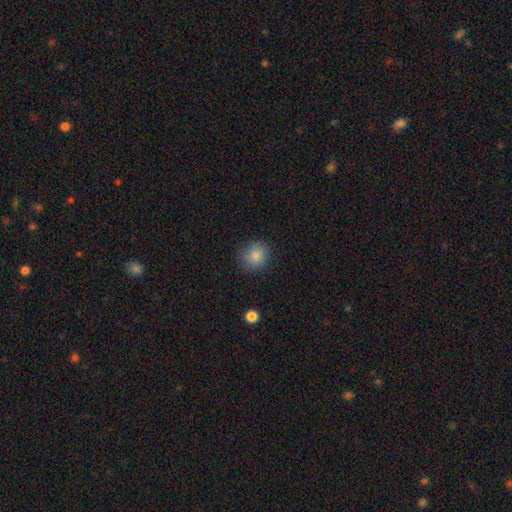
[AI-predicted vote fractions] The model was most divided on "how rounded": round: 87%, in between: 12%, cigar-shaped: 1%. More confident: merging — none (87%); smooth or featured — smooth (86%).